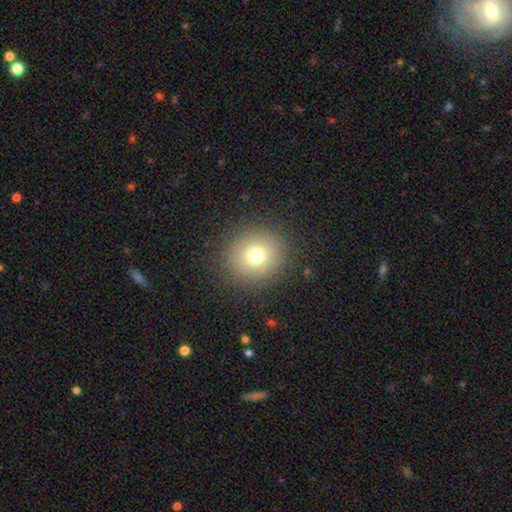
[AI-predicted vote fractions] Overall: smooth (73%). How rounded: round (89%). Merging: none (88%).